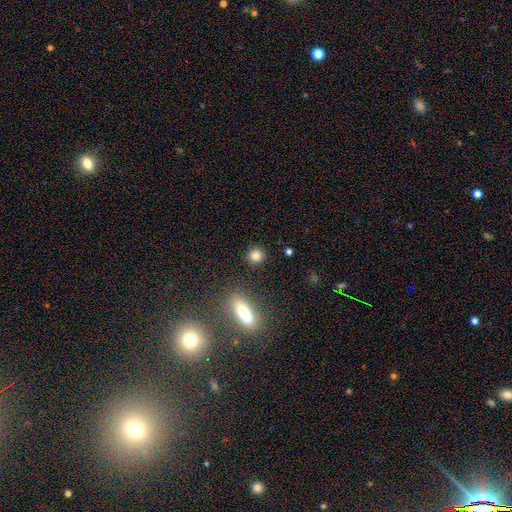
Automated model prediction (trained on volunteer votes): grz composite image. It shows a smooth galaxy with no disk features (82%) that is round (90%). Merging: none (88%).